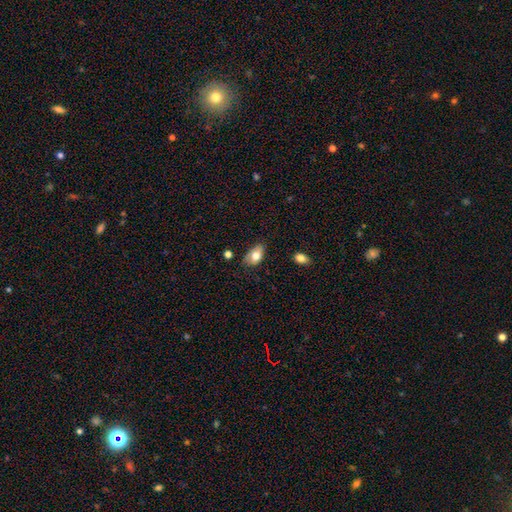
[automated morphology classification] This is likely a smooth galaxy (75%). How rounded: clearly in between (90%). Merging: likely none (64%).